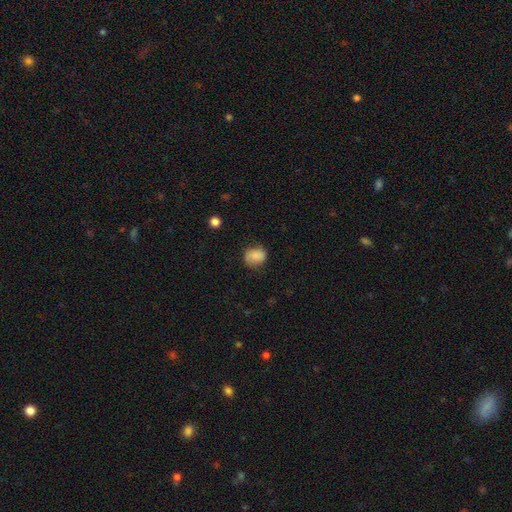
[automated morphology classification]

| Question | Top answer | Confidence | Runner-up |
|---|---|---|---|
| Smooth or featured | smooth | 84% | star or artifact (9%) |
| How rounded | round | 57% | in between (42%) |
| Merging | none | 70% | minor disturbance (23%) |